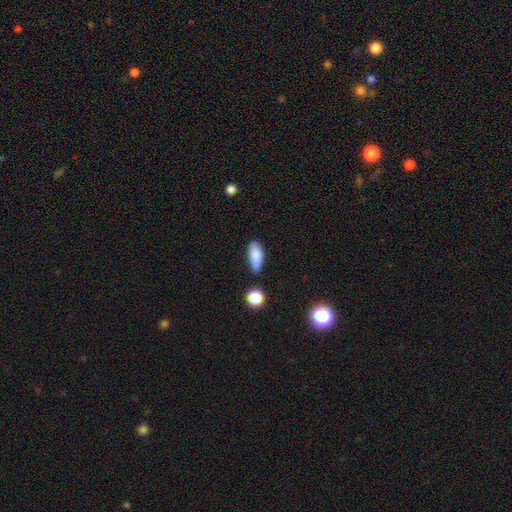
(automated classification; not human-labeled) Smooth or featured?
  - smooth: 84% *
  - star or artifact: 8%
  - featured or disk: 8%
How rounded?
  - in between: 74% *
  - cigar-shaped: 23%
  - round: 3%
Merging?
  - none: 58% *
  - minor disturbance: 29%
  - merger: 6%
  - major disturbance: 6%